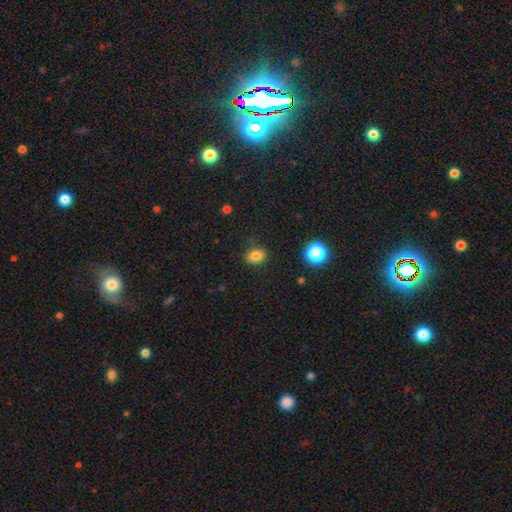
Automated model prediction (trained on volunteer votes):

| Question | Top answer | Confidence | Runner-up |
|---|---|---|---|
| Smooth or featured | smooth | 81% | star or artifact (13%) |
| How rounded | in between | 50% | round (49%) |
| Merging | none | 85% | minor disturbance (10%) |